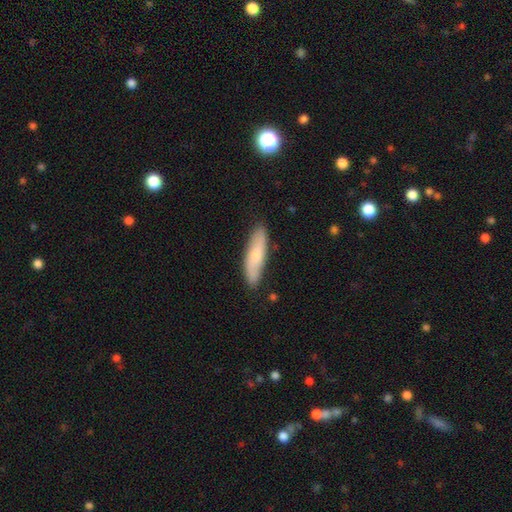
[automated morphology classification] Overall: smooth (66%; featured or disk 28%). How rounded: cigar-shaped (63%; in between 35%). Merging: none (84%).